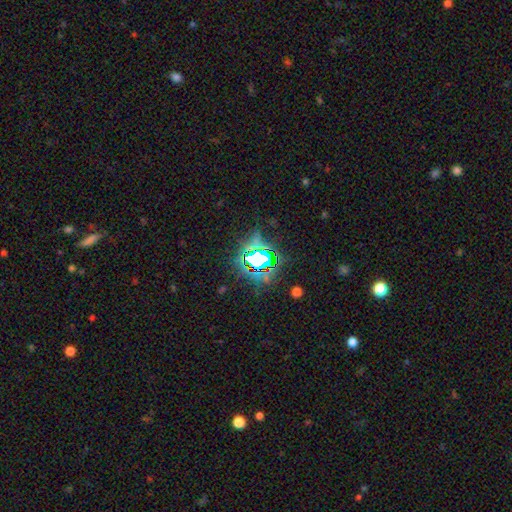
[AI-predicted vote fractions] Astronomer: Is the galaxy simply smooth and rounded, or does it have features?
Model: star or artifact — 72%.